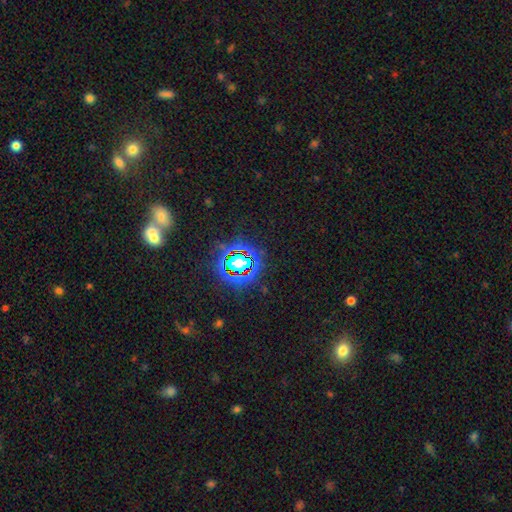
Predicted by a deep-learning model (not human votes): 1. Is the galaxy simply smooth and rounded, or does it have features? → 75% star or artifact, 17% smooth, 8% featured or disk.